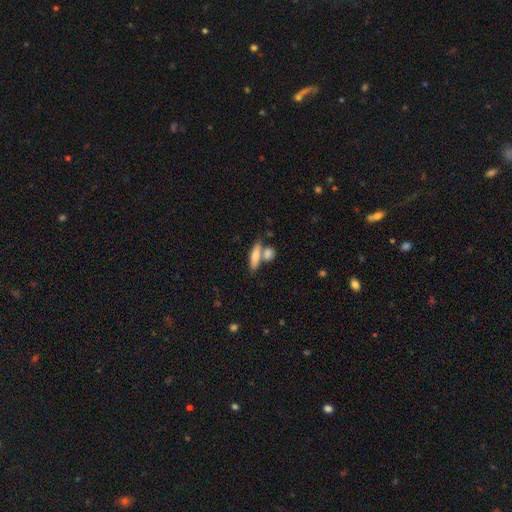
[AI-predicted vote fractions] Smooth or featured?
  - smooth: 74% *
  - featured or disk: 19%
  - star or artifact: 7%
How rounded?
  - cigar-shaped: 53% *
  - in between: 42%
  - round: 5%
Merging?
  - none: 52% *
  - merger: 34%
  - minor disturbance: 10%
  - major disturbance: 4%